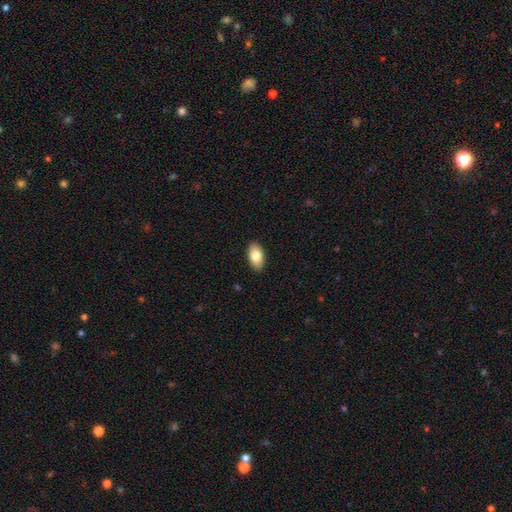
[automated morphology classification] Smooth or featured?
  - smooth: 80% *
  - featured or disk: 13%
  - star or artifact: 7%
How rounded?
  - in between: 94% *
  - round: 4%
  - cigar-shaped: 2%
Merging?
  - none: 90% *
  - minor disturbance: 7%
  - major disturbance: 2%
  - merger: 1%